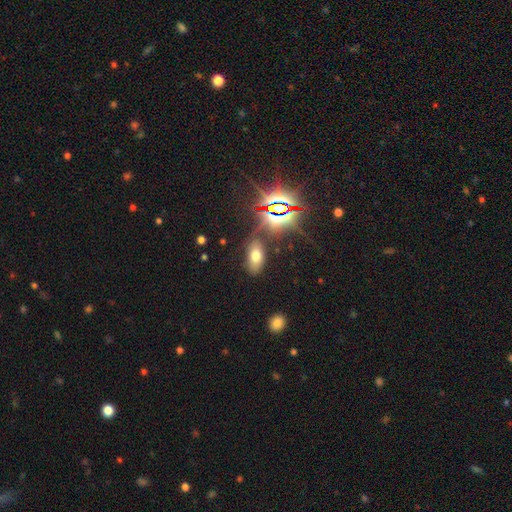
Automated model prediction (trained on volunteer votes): smooth 59%, star or artifact 28%, featured or disk 13%. Down the decision tree: how rounded — in between (90%); merging — none (76%).